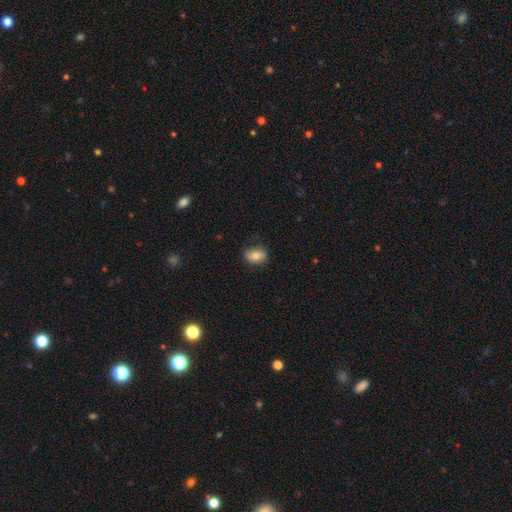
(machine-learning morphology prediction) Q: Smooth or featured?
A: smooth (77%); runner-up: featured or disk (15%)
Q: How rounded?
A: in between (69%); runner-up: round (30%)
Q: Merging?
A: none (79%); runner-up: minor disturbance (16%)